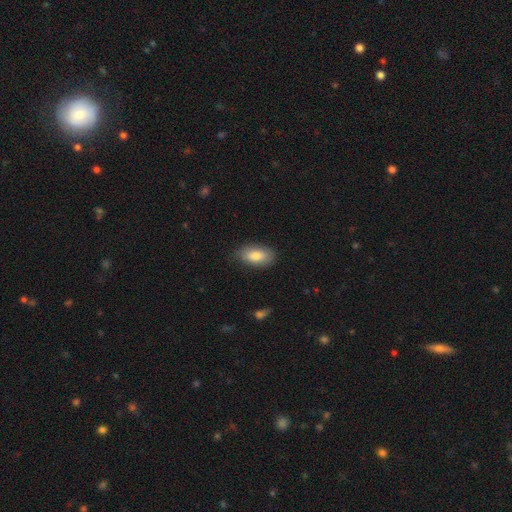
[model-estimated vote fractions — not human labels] Q: Smooth or featured?
A: smooth (81%); runner-up: featured or disk (13%)
Q: How rounded?
A: in between (92%); runner-up: cigar-shaped (4%)
Q: Merging?
A: none (80%); runner-up: minor disturbance (16%)